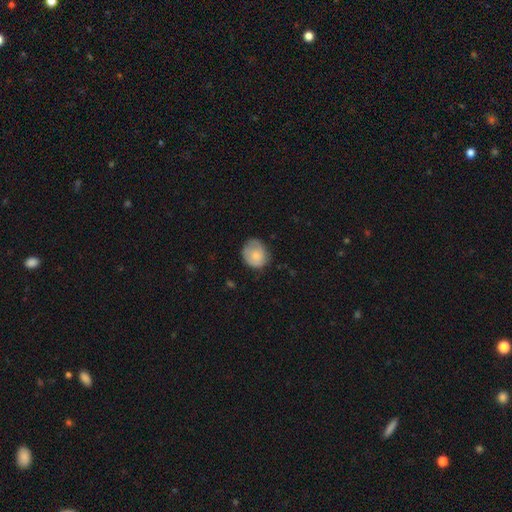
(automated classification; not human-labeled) Smooth or featured?
  - smooth: 71% *
  - featured or disk: 22%
  - star or artifact: 7%
How rounded?
  - round: 72% *
  - in between: 27%
  - cigar-shaped: 1%
Merging?
  - none: 62% *
  - minor disturbance: 28%
  - major disturbance: 8%
  - merger: 1%